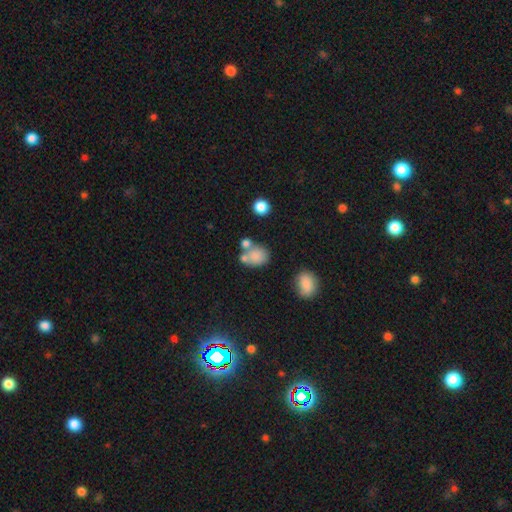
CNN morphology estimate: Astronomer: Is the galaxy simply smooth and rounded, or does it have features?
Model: smooth — 76%.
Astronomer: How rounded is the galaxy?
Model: round — 50% (runner-up: in between, 48%).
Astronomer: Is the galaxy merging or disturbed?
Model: none — 47% (runner-up: merger, 32%).